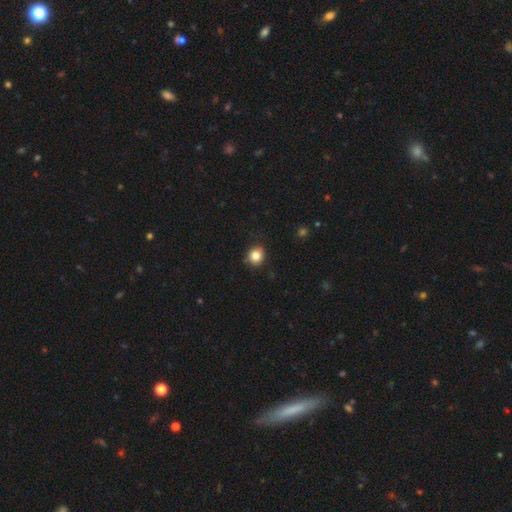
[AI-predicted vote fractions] This appears to be a smooth galaxy with no disk features (84%) that is round (82%). Merging: none (84%).